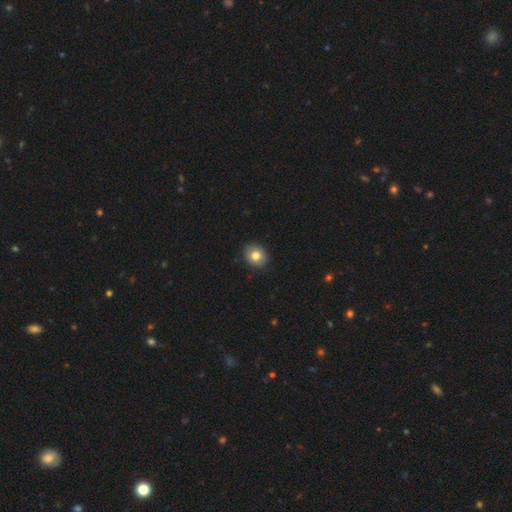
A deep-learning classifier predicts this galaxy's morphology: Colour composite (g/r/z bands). It shows a smooth galaxy with no disk features (81%) that is round (64%). Merging: none (89%).